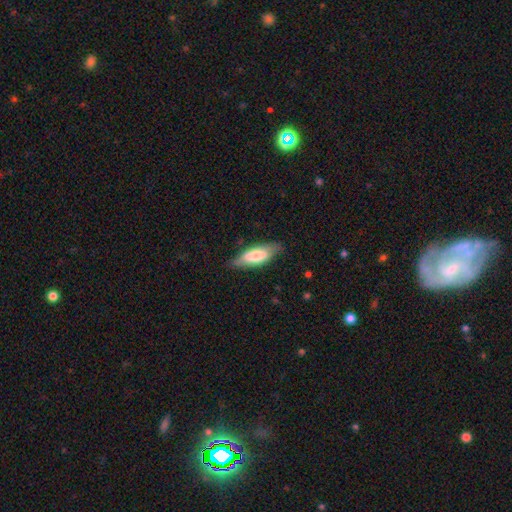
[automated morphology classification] A smooth galaxy with no disk features (64%) that is in between round and cigar-shaped (66%).

Vote fractions:
- Smooth or featured? smooth: 64% / featured or disk: 30% / star or artifact: 6%
- How rounded? in between: 66% / cigar-shaped: 33% / round: 2%
- Merging? none: 75% / minor disturbance: 19% / major disturbance: 4% / merger: 1%